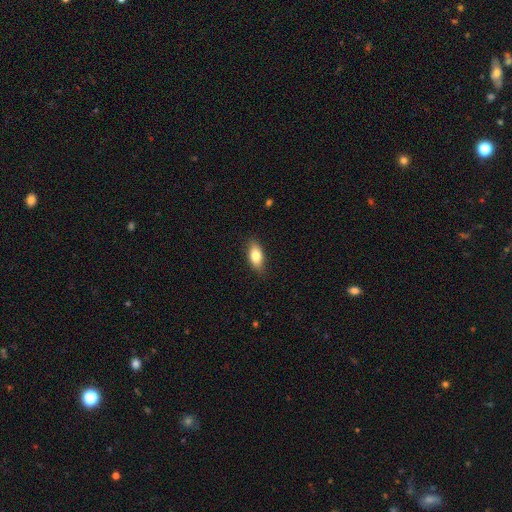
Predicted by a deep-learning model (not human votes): Q: Smooth or featured?
A: smooth (79%); runner-up: featured or disk (14%)
Q: How rounded?
A: in between (87%); runner-up: cigar-shaped (8%)
Q: Merging?
A: none (85%); runner-up: minor disturbance (12%)